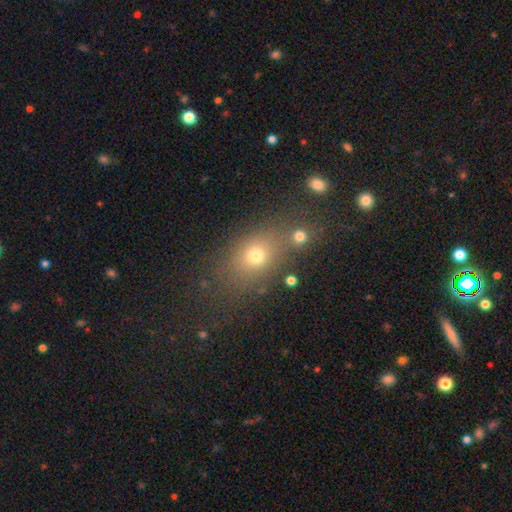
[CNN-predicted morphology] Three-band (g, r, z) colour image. It shows a smooth galaxy with no disk features (69%) that is in between round and cigar-shaped (58%). Merging: none (59%).